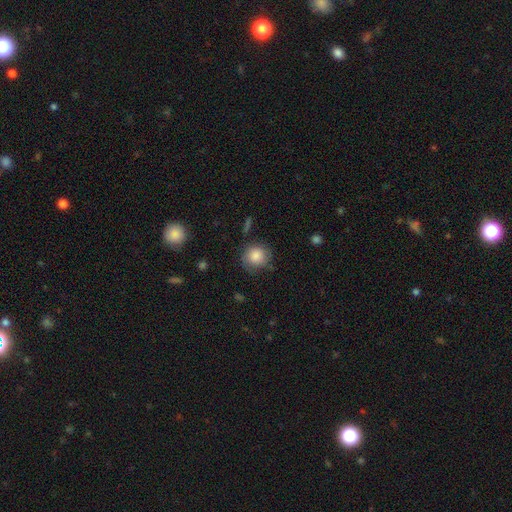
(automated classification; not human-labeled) Smooth or featured? Predicted: smooth (p=0.83). How rounded? Predicted: round (p=0.89). Merging? Predicted: none (p=0.74).